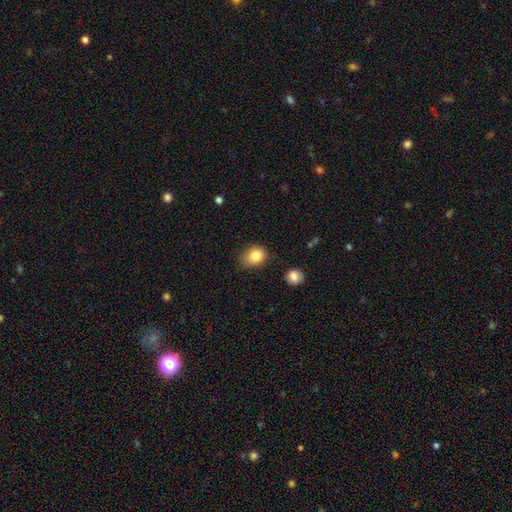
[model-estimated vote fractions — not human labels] Smooth or featured? Predicted: smooth (p=0.83). How rounded? Predicted: round (p=0.50). Merging? Predicted: none (p=0.67).